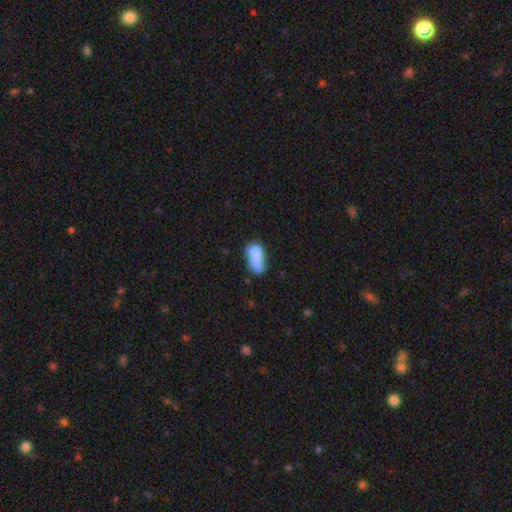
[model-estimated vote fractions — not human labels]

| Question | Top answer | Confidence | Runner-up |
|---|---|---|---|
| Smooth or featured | smooth | 80% | featured or disk (11%) |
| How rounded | in between | 87% | cigar-shaped (9%) |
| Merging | none | 38% | minor disturbance (32%) |